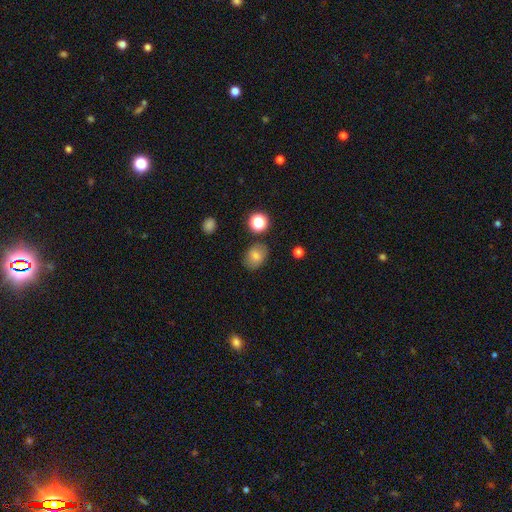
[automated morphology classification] Smooth or featured? Predicted: smooth (p=0.77). How rounded? Predicted: in between (p=0.63). Merging? Predicted: none (p=0.80).